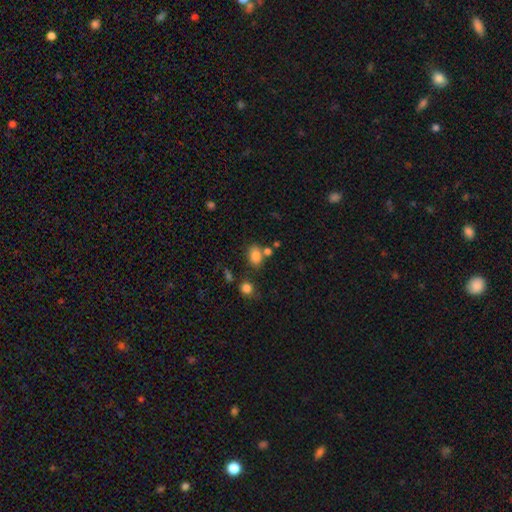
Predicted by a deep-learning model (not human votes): Smooth or featured? smooth (82%)
How rounded? in between (73%)
Merging? none (62%)